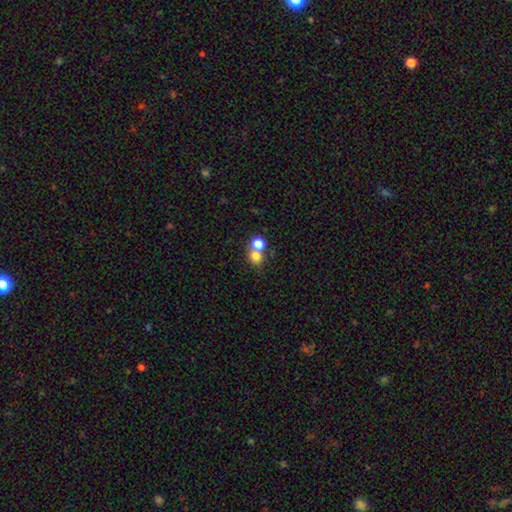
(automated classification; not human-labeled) Smooth or featured: smooth — 77% (star or artifact — 12%)
How rounded: round — 80% (in between — 19%)
Merging: merger — 53% (none — 39%)